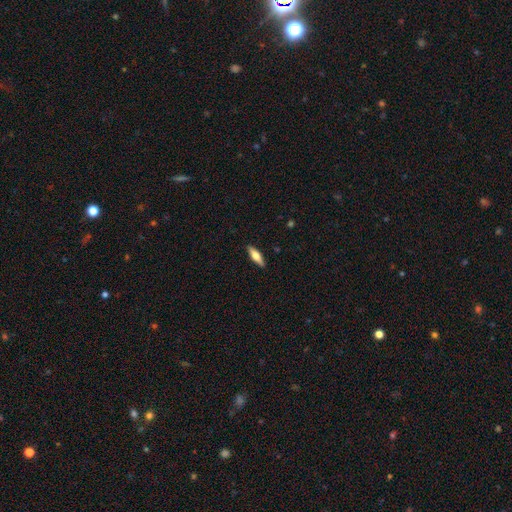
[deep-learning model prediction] Overall: smooth (60%; featured or disk 35%). How rounded: cigar-shaped (50%; in between 47%). Merging: none (89%).